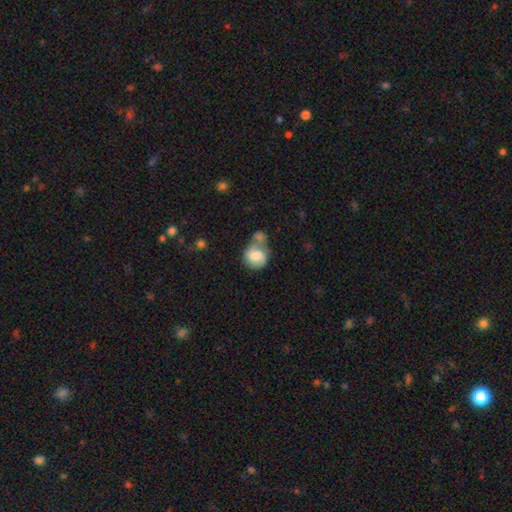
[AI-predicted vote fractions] Smooth or featured? smooth (55%)
How rounded? round (73%)
Merging? merger (48%)